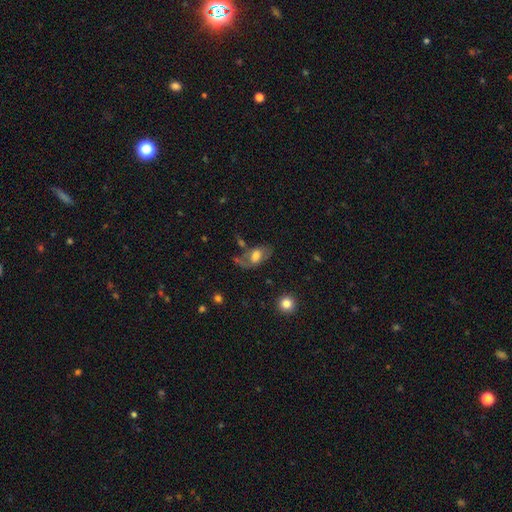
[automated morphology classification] Smooth or featured: smooth — 52% (featured or disk — 40%)
How rounded: in between — 88% (round — 9%)
Merging: none — 44% (minor disturbance — 23%)